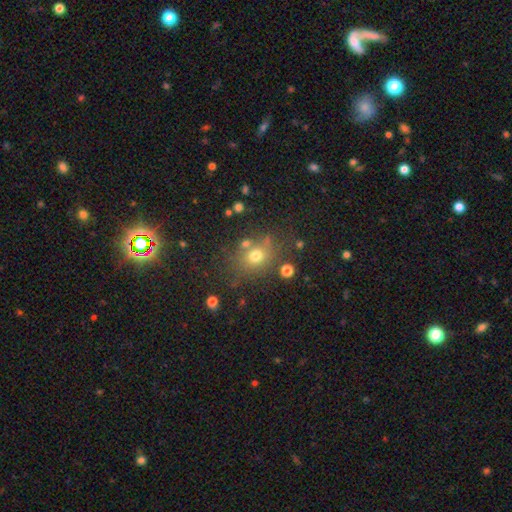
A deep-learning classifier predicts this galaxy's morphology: Smooth or featured? Predicted: smooth (p=0.69). How rounded? Predicted: round (p=0.65). Merging? Predicted: none (p=0.72).